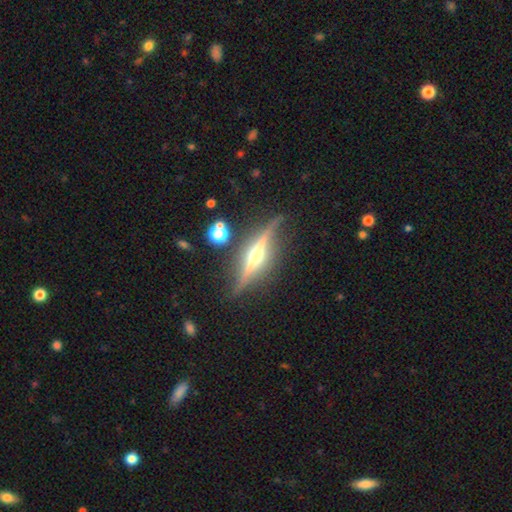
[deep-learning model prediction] Smooth or featured? featured or disk (84%)
Edge-on disk? yes (96%)
Edge-on bulge? rounded (89%)
Merging? none (82%)